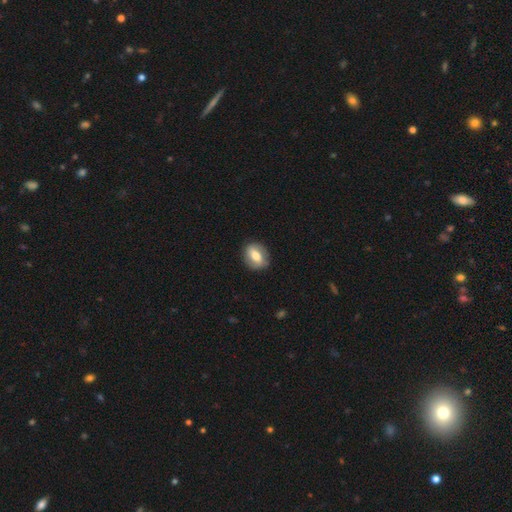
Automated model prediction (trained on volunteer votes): Smooth or featured? Predicted: smooth (p=0.55). How rounded? Predicted: in between (p=0.57). Merging? Predicted: none (p=0.85).